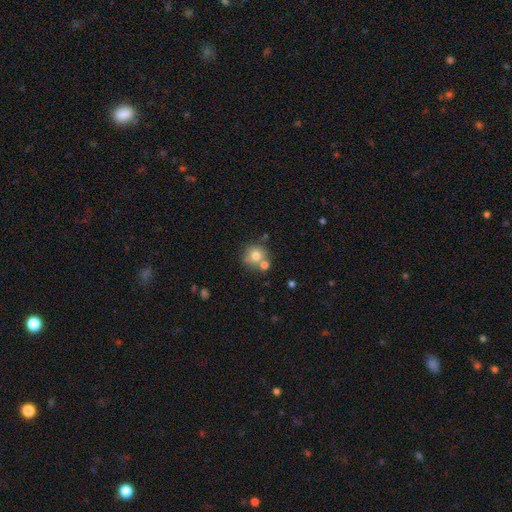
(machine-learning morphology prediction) Smooth or featured? smooth (77%)
How rounded? round (87%)
Merging? none (57%)